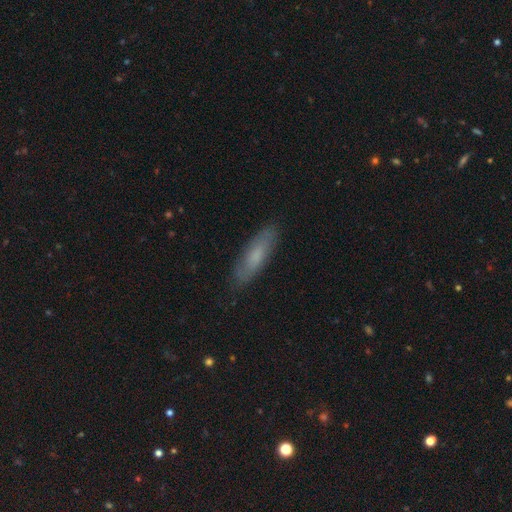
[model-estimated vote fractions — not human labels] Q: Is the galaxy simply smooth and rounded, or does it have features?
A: smooth — 67%.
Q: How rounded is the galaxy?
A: cigar-shaped — 61%.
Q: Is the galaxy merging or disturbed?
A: none — 84%.